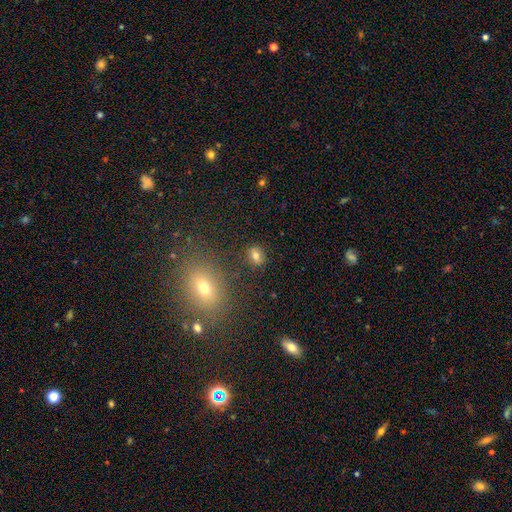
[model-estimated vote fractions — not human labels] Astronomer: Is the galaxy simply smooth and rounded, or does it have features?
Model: smooth — 72%.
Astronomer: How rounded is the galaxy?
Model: round — 50% (runner-up: in between, 48%).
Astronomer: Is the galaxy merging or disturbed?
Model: none — 83%.